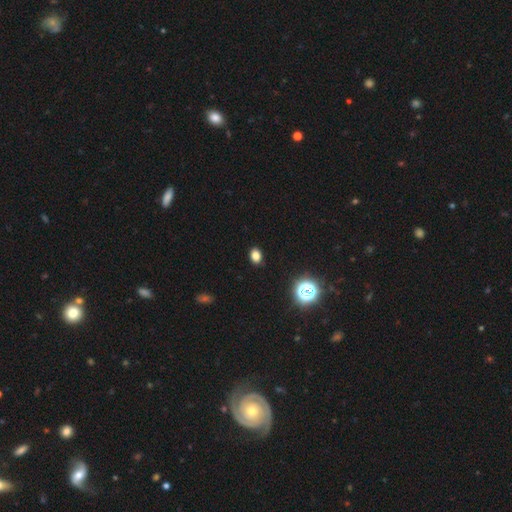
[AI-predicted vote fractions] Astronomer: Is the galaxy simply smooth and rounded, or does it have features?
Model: smooth — 79%.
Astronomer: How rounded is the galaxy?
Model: in between — 68%.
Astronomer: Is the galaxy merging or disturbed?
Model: none — 89%.